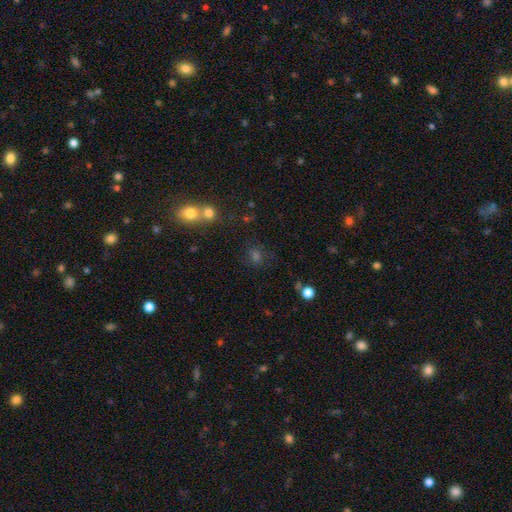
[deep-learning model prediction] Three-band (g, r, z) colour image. It shows a smooth galaxy with no disk features (57%) that is round (66%). Merging: none (69%).